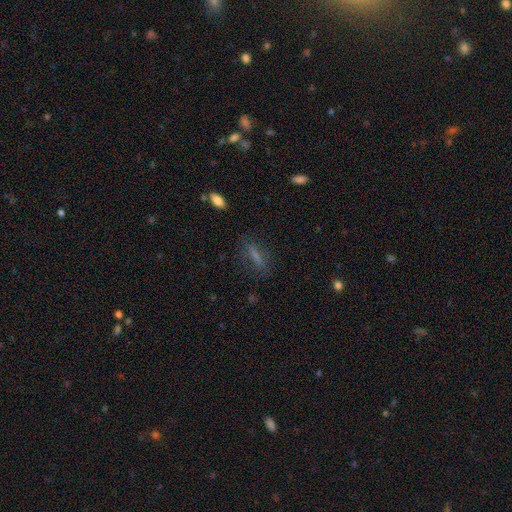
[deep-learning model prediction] smooth-or-featured: smooth: 60% | featured or disk: 25% | star or artifact: 14%
  how-rounded: cigar-shaped: 67% | in between: 29% | round: 4%
  merging: none: 75% | minor disturbance: 15% | major disturbance: 9% | merger: 2%